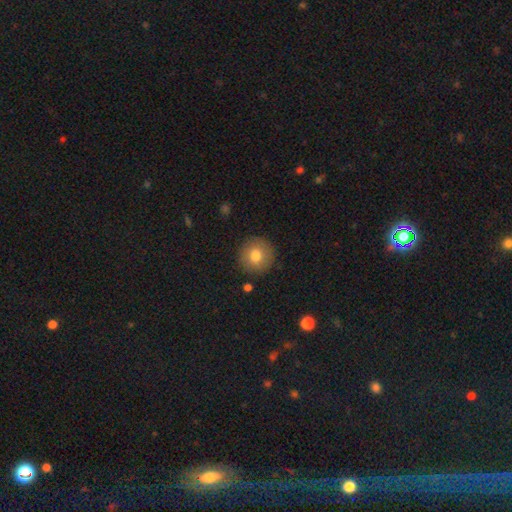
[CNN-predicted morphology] Smooth or featured: smooth — 78% (featured or disk — 13%)
How rounded: round — 93% (in between — 6%)
Merging: none — 88% (minor disturbance — 8%)